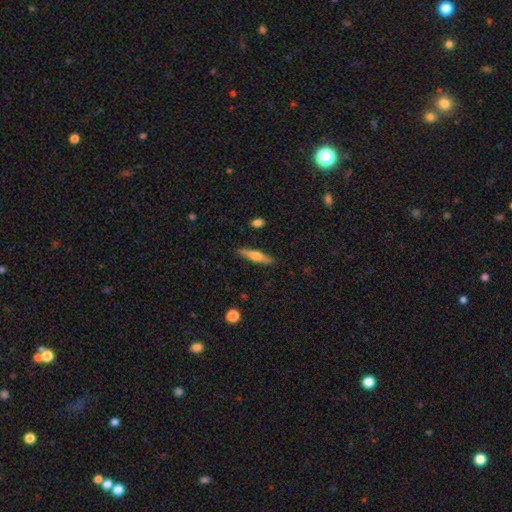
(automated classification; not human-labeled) Q: Smooth or featured?
A: featured or disk (48%); runner-up: smooth (46%)
Q: Merging?
A: none (89%); runner-up: minor disturbance (7%)